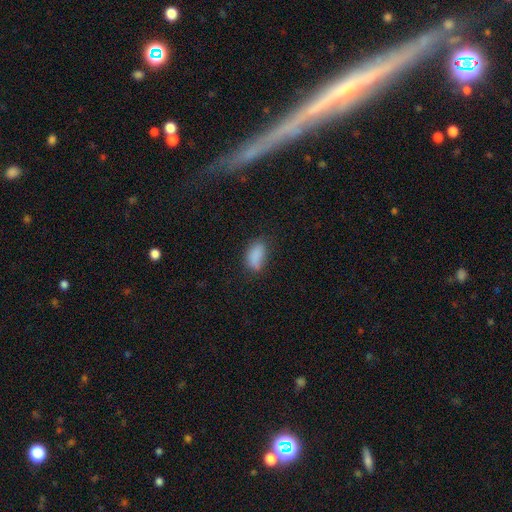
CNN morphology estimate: Smooth or featured: smooth — 84% (star or artifact — 9%)
How rounded: in between — 91% (round — 5%)
Merging: none — 62% (minor disturbance — 27%)